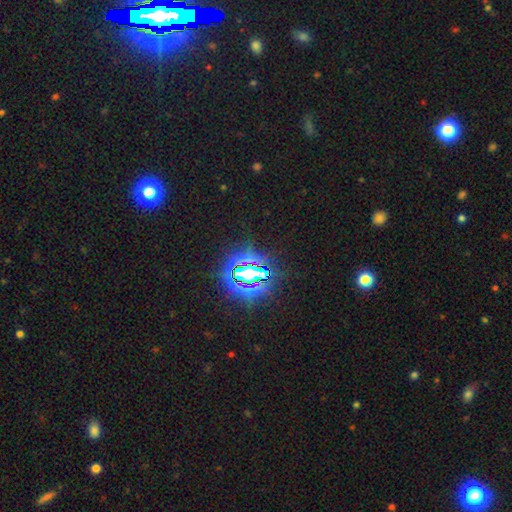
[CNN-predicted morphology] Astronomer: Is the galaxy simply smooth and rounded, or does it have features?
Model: star or artifact — 83%.